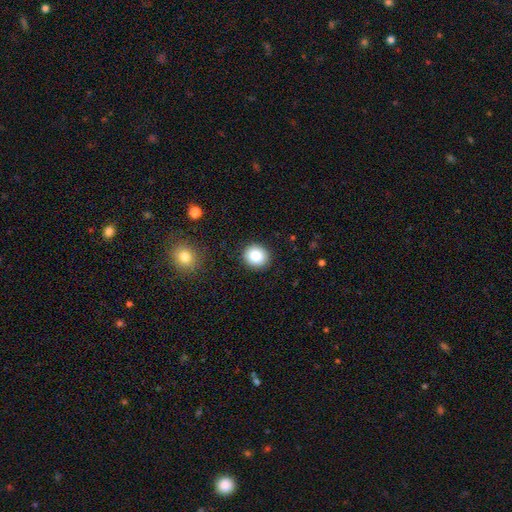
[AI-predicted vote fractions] smooth 83%, star or artifact 10%, featured or disk 8%. Down the decision tree: how rounded — round (84%); merging — none (91%).